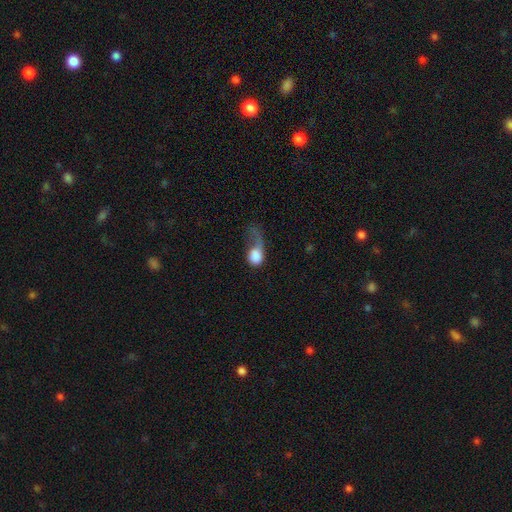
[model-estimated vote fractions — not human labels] smooth_or_featured: smooth (p=0.70) [alt: featured or disk p=0.22]
how_rounded: in between (p=0.53) [alt: round p=0.45]
merging: major disturbance (p=0.65) [alt: minor disturbance p=0.15]